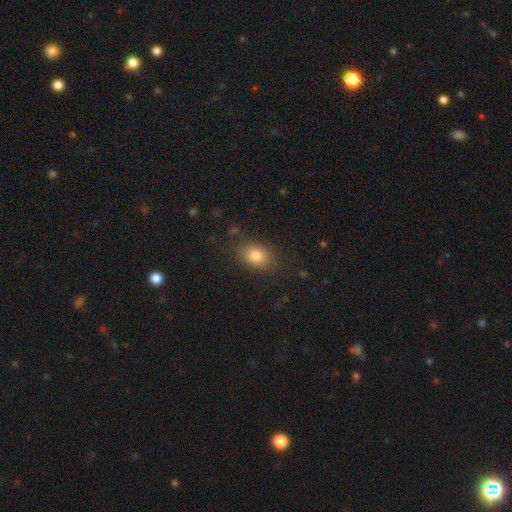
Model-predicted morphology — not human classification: smooth 82%, star or artifact 10%, featured or disk 8%. Down the decision tree: how rounded — in between (76%); merging — none (80%).